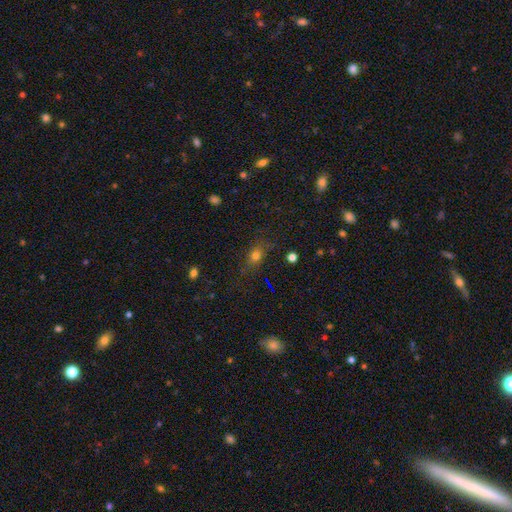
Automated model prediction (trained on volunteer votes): Smooth or featured? Predicted: smooth (p=0.67). How rounded? Predicted: in between (p=0.58). Merging? Predicted: none (p=0.72).